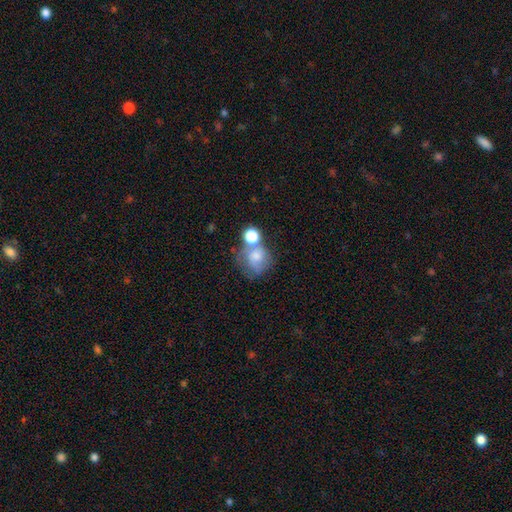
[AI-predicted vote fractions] smooth-or-featured: smooth: 66% | featured or disk: 23% | star or artifact: 11%
  how-rounded: round: 75% | in between: 24% | cigar-shaped: 1%
  merging: merger: 37% | none: 35% | minor disturbance: 16% | major disturbance: 12%